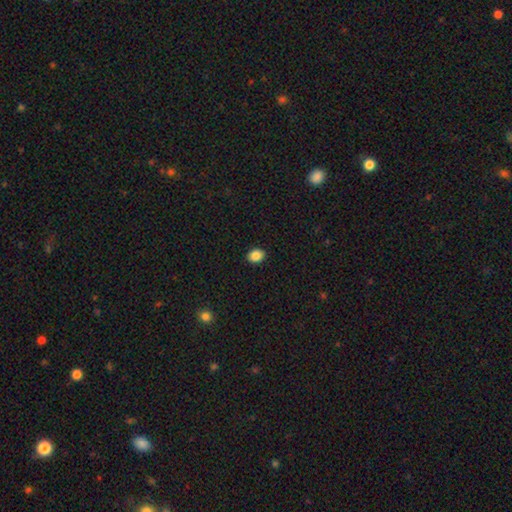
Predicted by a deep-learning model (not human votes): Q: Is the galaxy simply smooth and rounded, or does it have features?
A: smooth — 87%.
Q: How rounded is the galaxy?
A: in between — 54%.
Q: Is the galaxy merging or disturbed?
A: none — 91%.